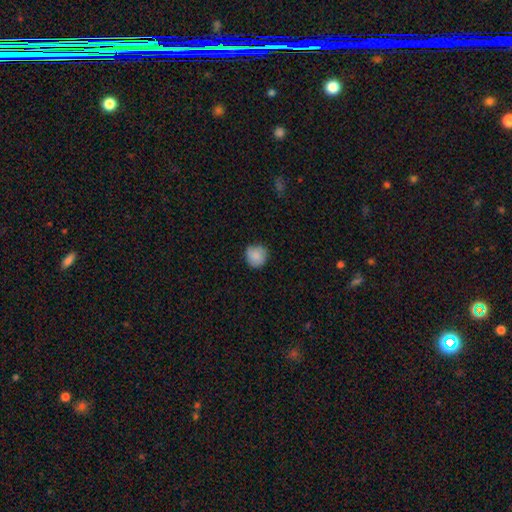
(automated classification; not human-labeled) Smooth or featured? Predicted: smooth (p=0.87). How rounded? Predicted: round (p=0.93). Merging? Predicted: none (p=0.85).